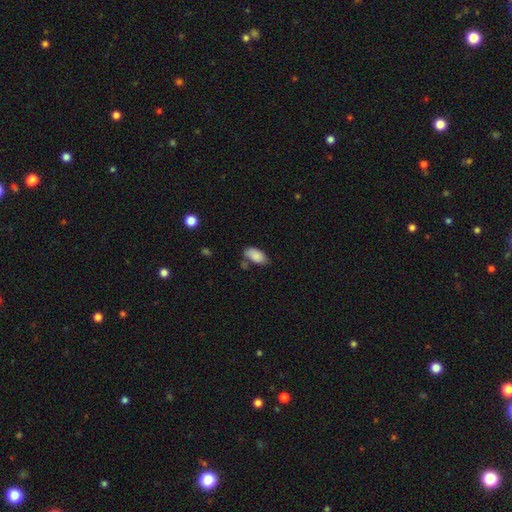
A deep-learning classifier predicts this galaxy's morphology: Smooth or featured? Predicted: smooth (p=0.86). How rounded? Predicted: in between (p=0.92). Merging? Predicted: none (p=0.61).